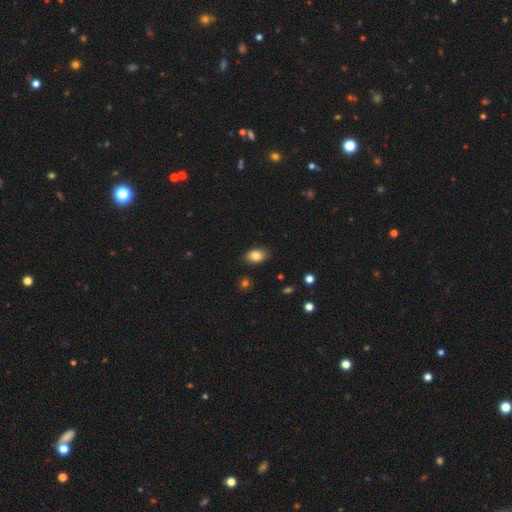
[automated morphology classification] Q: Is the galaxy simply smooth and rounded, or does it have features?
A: smooth — 82%.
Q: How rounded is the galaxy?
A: in between — 84%.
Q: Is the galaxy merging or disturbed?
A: none — 84%.